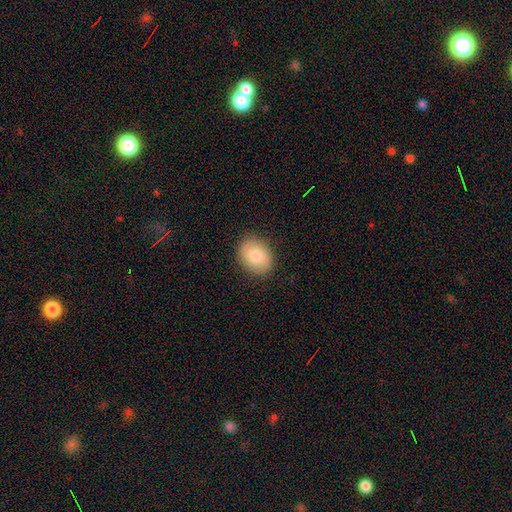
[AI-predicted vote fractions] Overall: smooth (82%). How rounded: in between (62%; round 37%). Merging: none (87%).